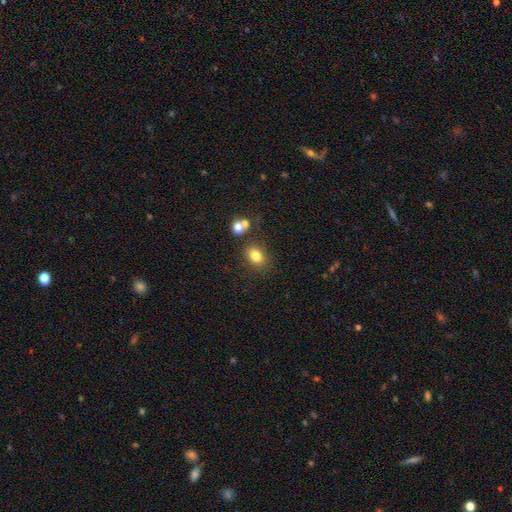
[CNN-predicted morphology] Smooth or featured? Predicted: smooth (p=0.80). How rounded? Predicted: in between (p=0.63). Merging? Predicted: none (p=0.74).